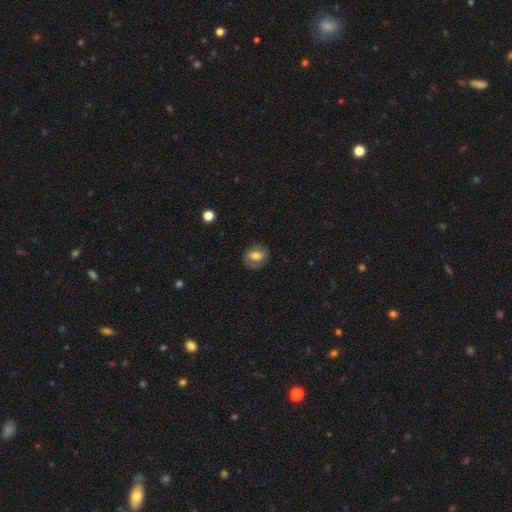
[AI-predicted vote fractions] The model was most divided on "how rounded": in between: 54%, round: 44%, cigar-shaped: 2%. More confident: merging — none (78%); smooth or featured — smooth (62%).